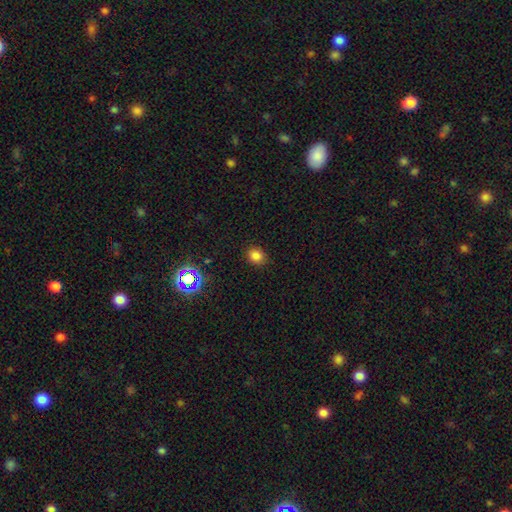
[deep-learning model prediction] Smooth or featured: smooth — 80% (star or artifact — 15%)
How rounded: round — 63% (in between — 36%)
Merging: none — 87% (minor disturbance — 9%)